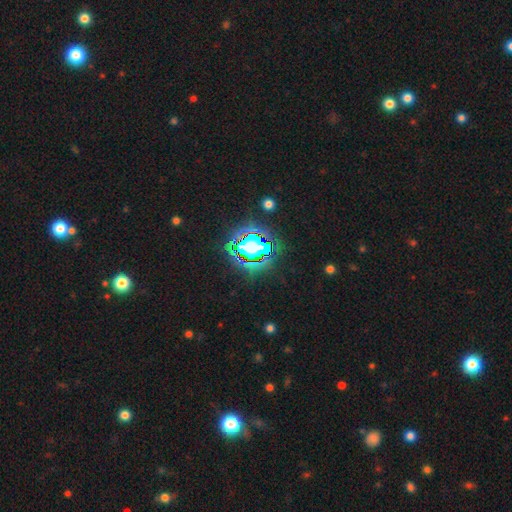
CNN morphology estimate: A star or artifact, not a galaxy (82%).